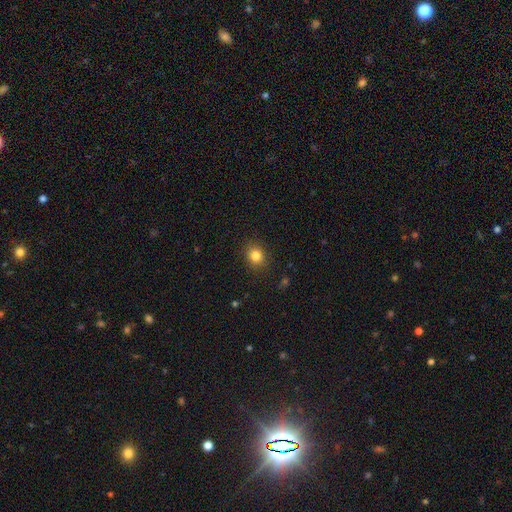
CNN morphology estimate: Overall: smooth (83%). How rounded: round (65%; in between 34%). Merging: none (87%).